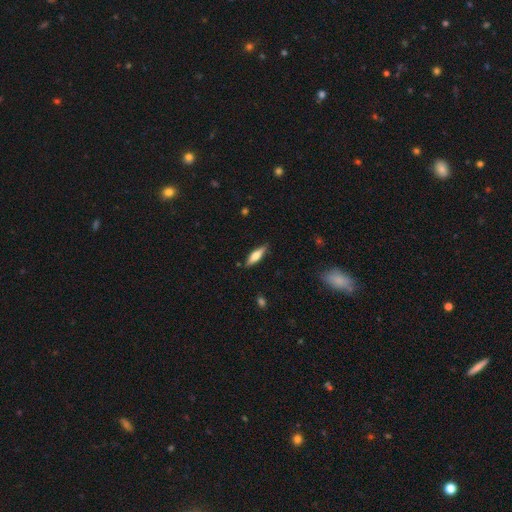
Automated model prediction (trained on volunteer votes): Smooth or featured? Predicted: smooth (p=0.53). How rounded? Predicted: cigar-shaped (p=0.59). Merging? Predicted: none (p=0.85).